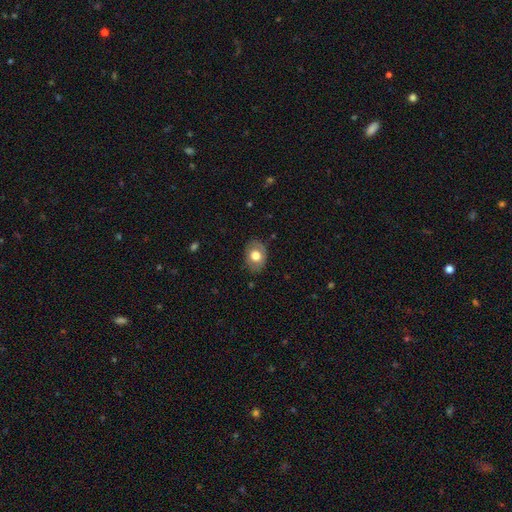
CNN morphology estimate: The model was most divided on "smooth or featured": smooth: 66%, featured or disk: 27%, star or artifact: 7%. More confident: merging — none (79%); how rounded — in between (69%).